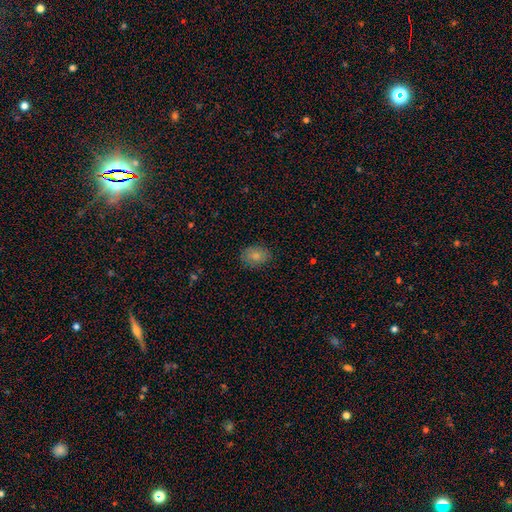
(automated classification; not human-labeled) Smooth or featured? smooth (80%)
How rounded? in between (71%)
Merging? none (84%)